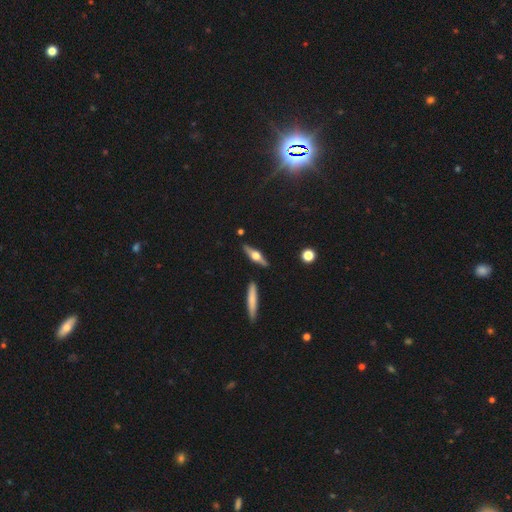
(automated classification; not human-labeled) smooth_or_featured: featured or disk (p=0.69) [alt: smooth p=0.24]
disk_edge_on: yes (p=0.96) [alt: no p=0.04]
edge_on_bulge: rounded (p=0.95) [alt: boxy p=0.04]
merging: none (p=0.85) [alt: minor disturbance p=0.09]